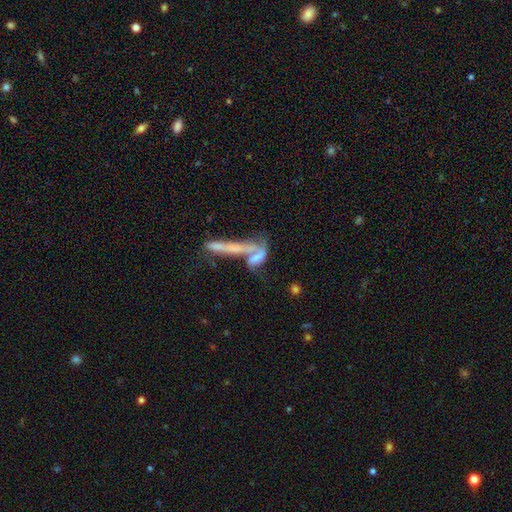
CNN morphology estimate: Overall: smooth (47%; featured or disk 43%). Merging: merger (60%; none 21%).